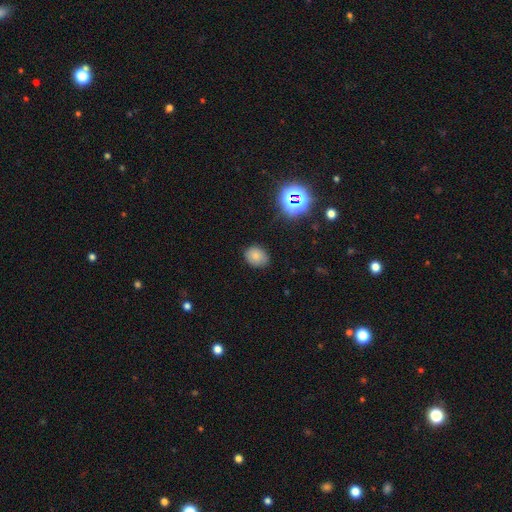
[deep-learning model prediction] The model was most divided on "how rounded": in between: 52%, round: 48%, cigar-shaped: 1%. More confident: merging — none (80%); smooth or featured — smooth (75%).